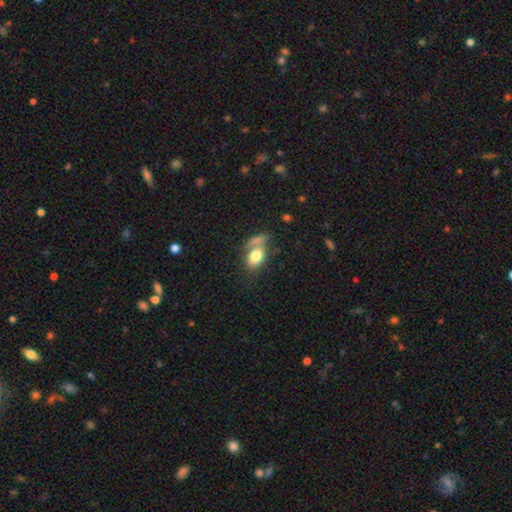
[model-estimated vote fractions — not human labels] This appears to be a smooth galaxy with no disk features (77%) that is in between round and cigar-shaped (82%). Merging: none (39%).